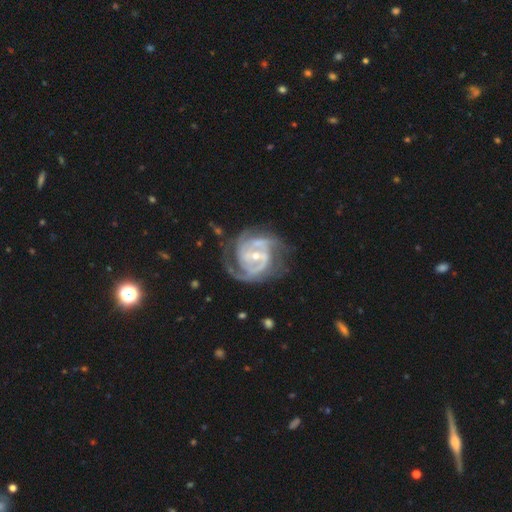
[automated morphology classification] smooth_or_featured: featured or disk (p=0.91) [alt: star or artifact p=0.04]
disk_edge_on: no (p=0.98) [alt: yes p=0.02]
bar: weak (p=0.43) [alt: no p=0.31]
has_spiral_arms: yes (p=0.97) [alt: no p=0.03]
spiral_winding: tight (p=0.52) [alt: medium p=0.40]
spiral_arm_count: 2 (p=0.37) [alt: 3 p=0.32]
bulge_size: small (p=0.56) [alt: moderate p=0.40]
merging: none (p=0.63) [alt: minor disturbance p=0.19]